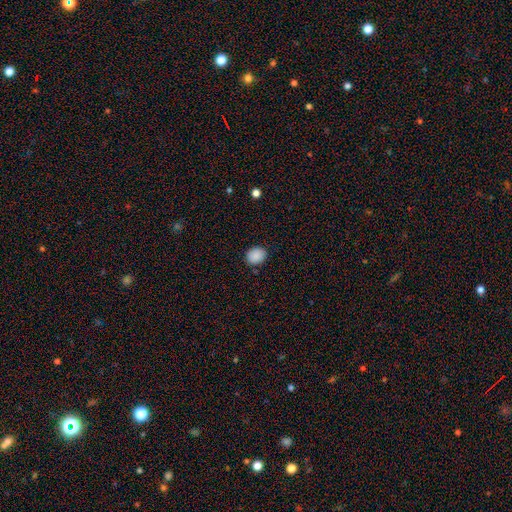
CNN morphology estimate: Smooth or featured: smooth — 89% (star or artifact — 8%)
How rounded: round — 61% (in between — 38%)
Merging: none — 87% (minor disturbance — 9%)